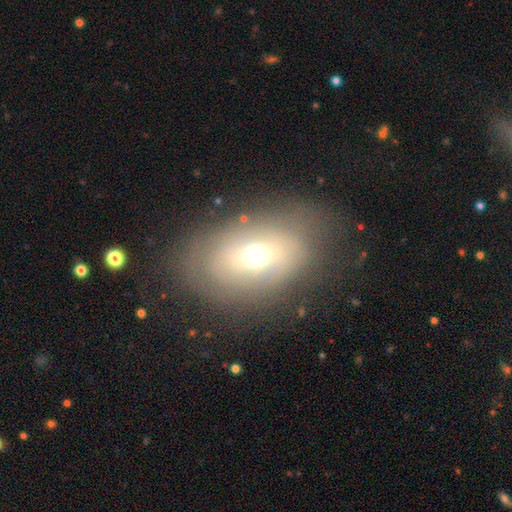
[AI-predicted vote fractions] Overall: smooth (50%; featured or disk 40%). Merging: none (74%).